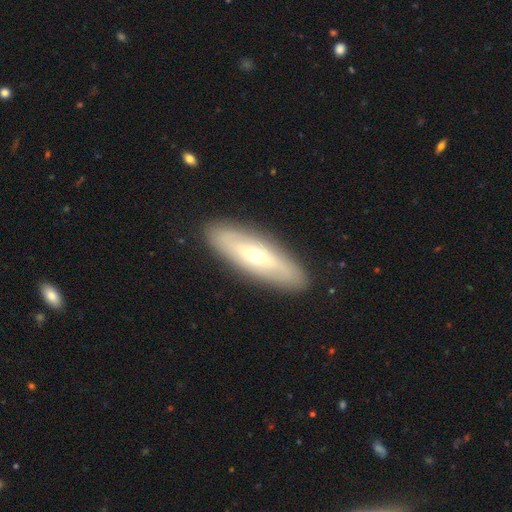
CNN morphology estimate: Smooth or featured: featured or disk — 59% (smooth — 35%)
Edge-on disk: no — 62% (yes — 38%)
Merging: none — 89% (minor disturbance — 8%)